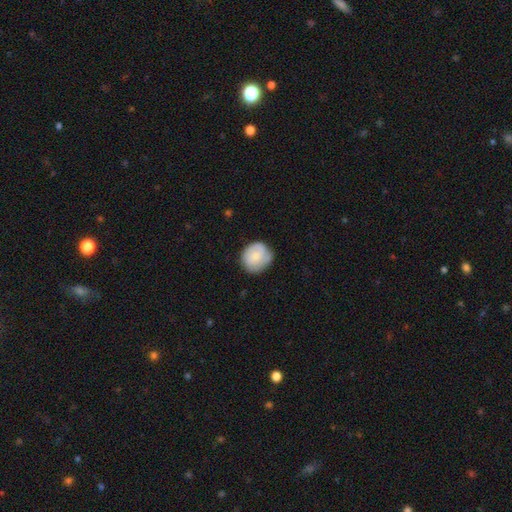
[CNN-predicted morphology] Q: Smooth or featured?
A: smooth (69%); runner-up: featured or disk (25%)
Q: How rounded?
A: round (82%); runner-up: in between (17%)
Q: Merging?
A: none (65%); runner-up: minor disturbance (27%)